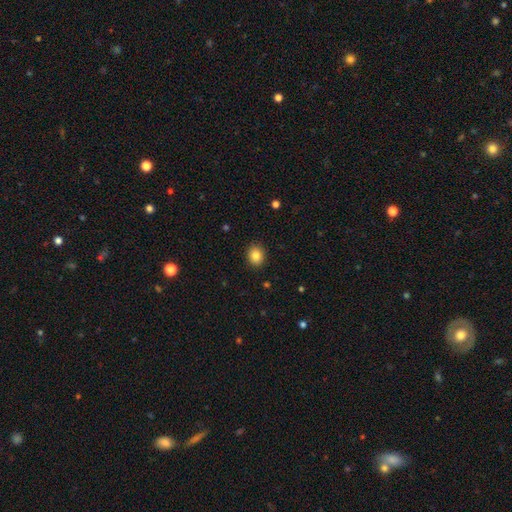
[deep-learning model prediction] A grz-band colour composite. It shows a smooth galaxy with no disk features (85%) that is round (65%). Merging: none (90%).